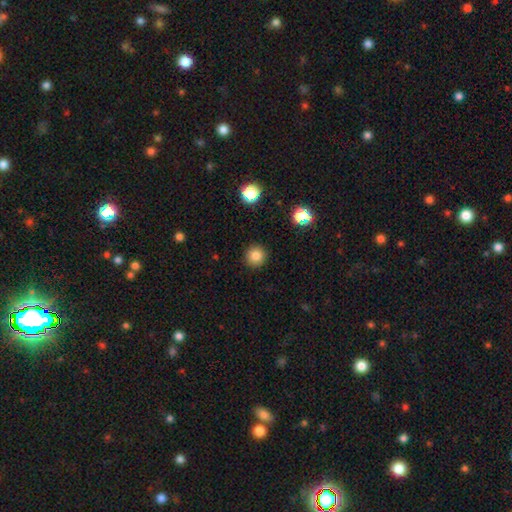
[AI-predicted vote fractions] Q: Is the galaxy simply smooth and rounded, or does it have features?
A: smooth — 82%.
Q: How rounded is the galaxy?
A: round — 94%.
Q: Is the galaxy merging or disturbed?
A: none — 92%.